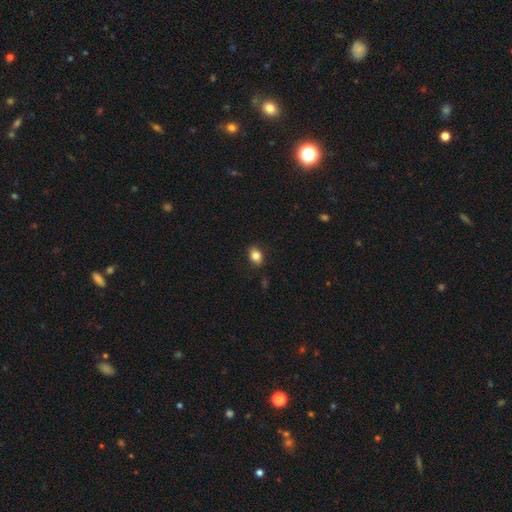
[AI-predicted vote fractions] A smooth galaxy with no disk features (84%) that is in between round and cigar-shaped (65%). Merging: none (84%).